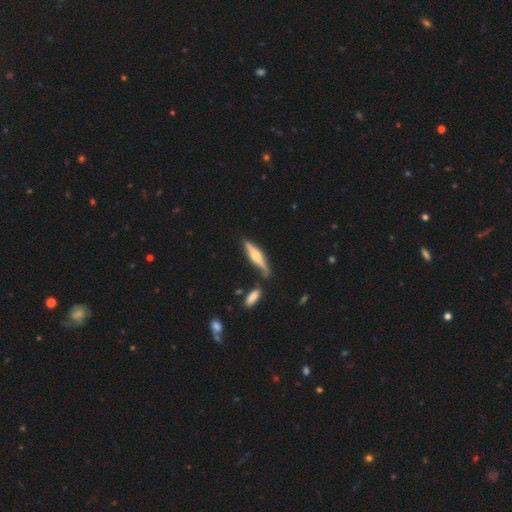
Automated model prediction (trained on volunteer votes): Smooth or featured? Predicted: featured or disk (p=0.64). Edge-on disk? Predicted: yes (p=0.96). Edge-on bulge? Predicted: rounded (p=0.87). Merging? Predicted: none (p=0.70).